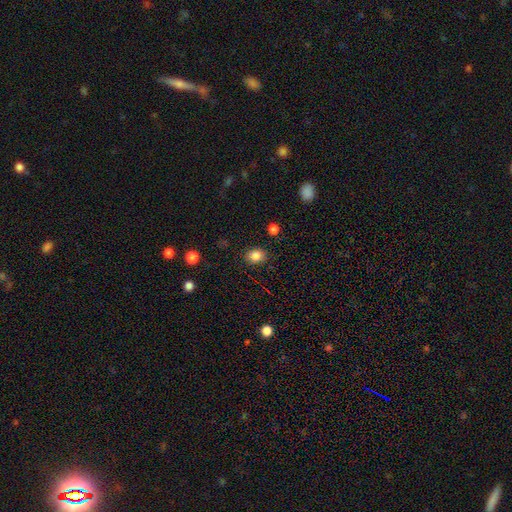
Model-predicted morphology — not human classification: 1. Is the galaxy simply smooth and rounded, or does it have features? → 84% smooth, 11% star or artifact, 6% featured or disk.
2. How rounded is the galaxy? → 53% round, 46% in between, 1% cigar-shaped.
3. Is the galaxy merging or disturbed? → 87% none, 9% minor disturbance, 2% major disturbance, 1% merger.